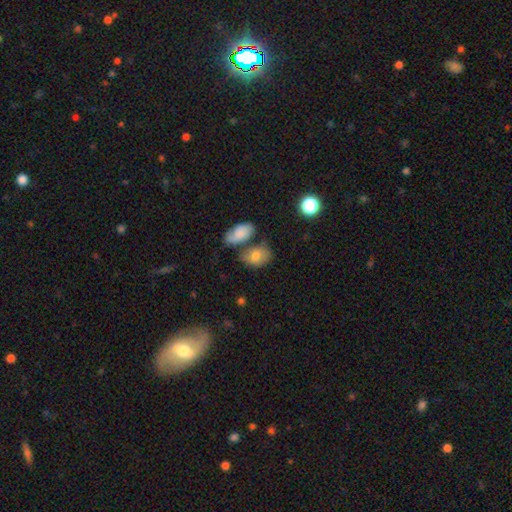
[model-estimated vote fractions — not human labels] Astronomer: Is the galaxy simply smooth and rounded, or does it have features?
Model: smooth — 75%.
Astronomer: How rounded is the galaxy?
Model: in between — 77%.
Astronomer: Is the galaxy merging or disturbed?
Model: none — 47% (runner-up: merger, 24%).